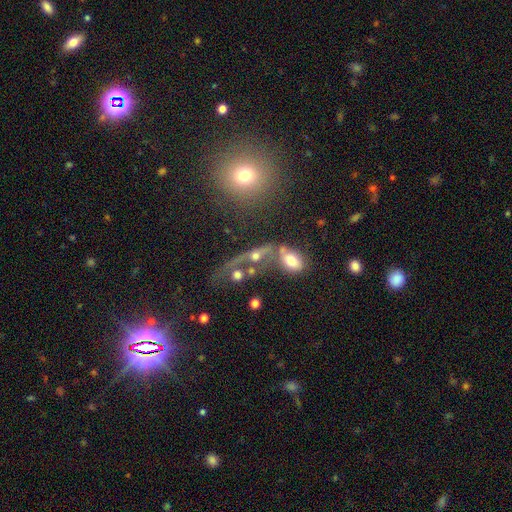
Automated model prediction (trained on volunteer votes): featured or disk 50%, smooth 32%, star or artifact 18%. Down the decision tree: merging — none (36%).